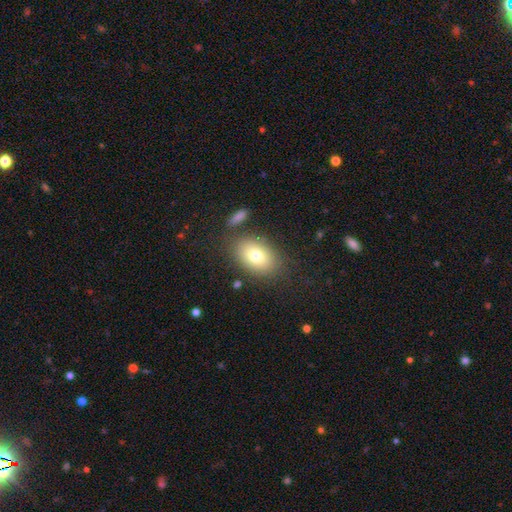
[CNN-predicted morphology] The model was most divided on "smooth or featured": smooth: 76%, featured or disk: 15%, star or artifact: 9%. More confident: how rounded — in between (82%); merging — none (78%).